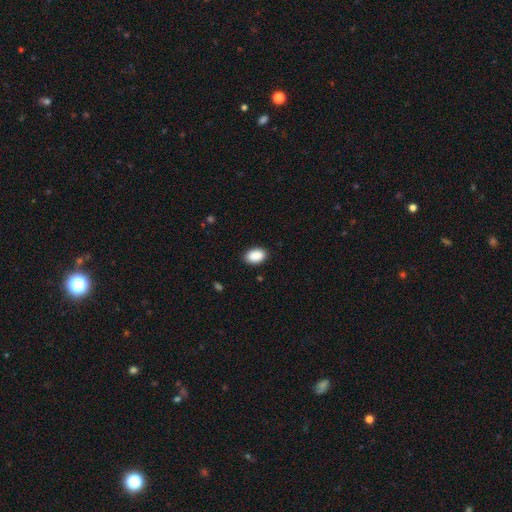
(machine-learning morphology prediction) A smooth galaxy with no disk features (90%) that is in between round and cigar-shaped (88%). Merging: none (87%).